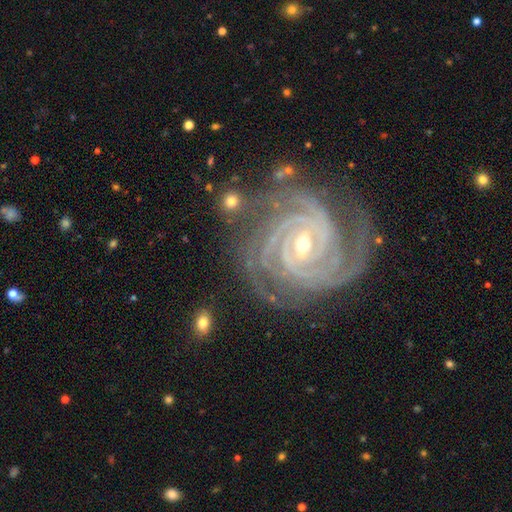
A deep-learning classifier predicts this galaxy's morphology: This is clearly a featured or disk galaxy (94%). It is clearly not viewed edge-on (98%). Bar: marginally weak (43%). Spiral arm pattern: clearly yes (99%). Spiral arm count: marginally 4 (31%, tied with 3). Spiral winding: clearly tight (84%). Central bulge: possibly small (55%). Merging: likely none (75%).